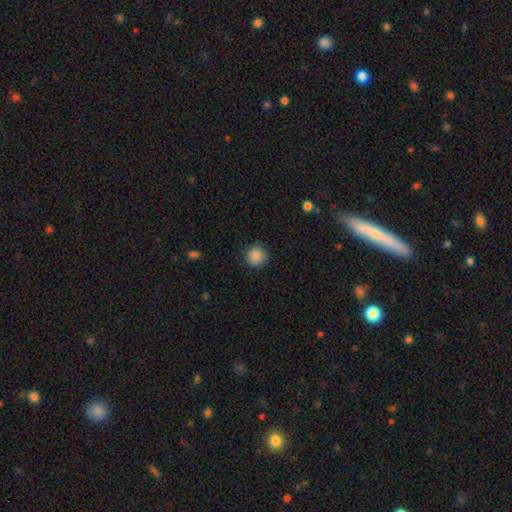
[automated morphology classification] Overall: smooth (88%). How rounded: round (94%). Merging: none (89%).